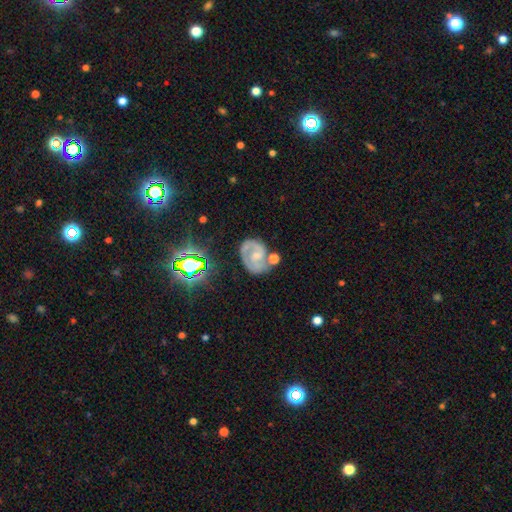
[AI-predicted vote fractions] Smooth or featured? featured or disk (73%)
Edge-on disk? no (97%)
Bar? no (53%)
Spiral arms? yes (87%)
Spiral winding? tight (43%)
Spiral arm count? 2 (68%)
Bulge size? small (54%)
Merging? none (60%)